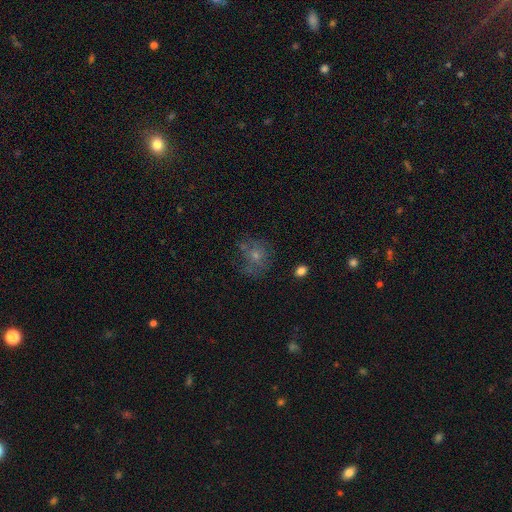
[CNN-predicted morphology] type=smooth (51%); roundness=round (73%); merging=none (53%).